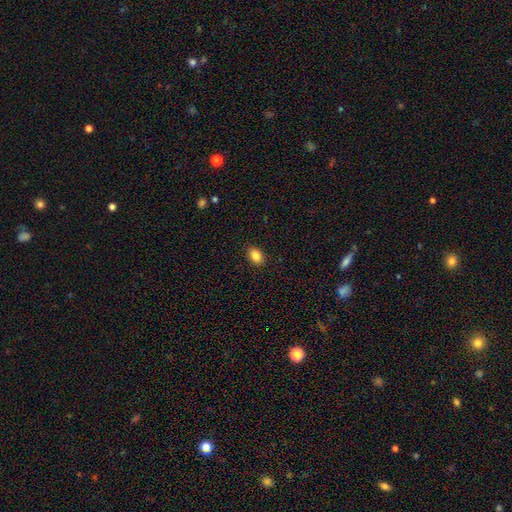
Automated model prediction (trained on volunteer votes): Smooth or featured?
  - smooth: 86% *
  - star or artifact: 9%
  - featured or disk: 5%
How rounded?
  - in between: 82% *
  - round: 17%
  - cigar-shaped: 1%
Merging?
  - none: 90% *
  - minor disturbance: 7%
  - major disturbance: 2%
  - merger: 1%